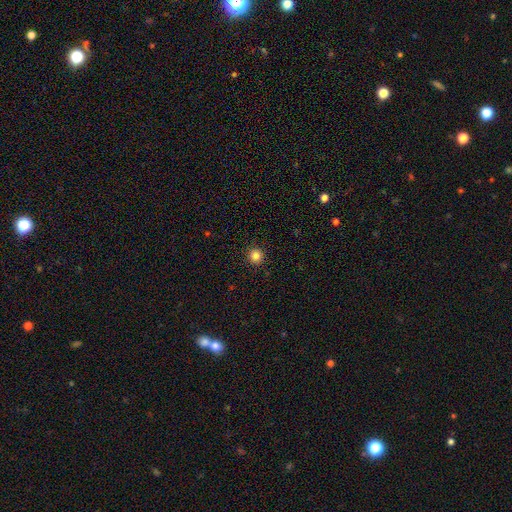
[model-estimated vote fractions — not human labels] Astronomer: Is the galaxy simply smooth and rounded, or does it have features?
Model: smooth — 84%.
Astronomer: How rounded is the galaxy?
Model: round — 95%.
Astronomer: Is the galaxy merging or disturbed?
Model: none — 93%.